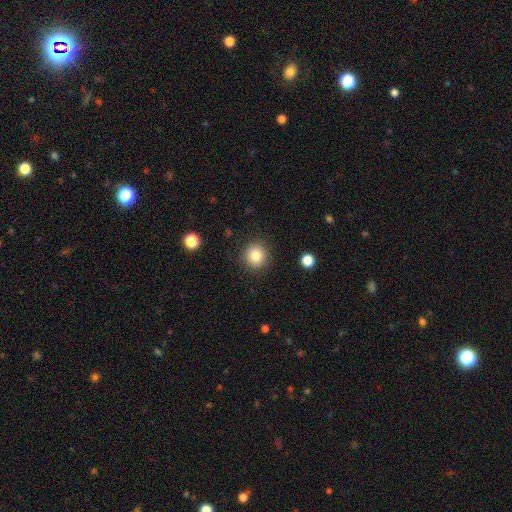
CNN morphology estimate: A smooth galaxy with no disk features (83%) that is round (92%).

Vote fractions:
- Smooth or featured? smooth: 83% / star or artifact: 11% / featured or disk: 6%
- How rounded? round: 92% / in between: 7% / cigar-shaped: 1%
- Merging? none: 90% / minor disturbance: 6% / major disturbance: 2% / merger: 1%